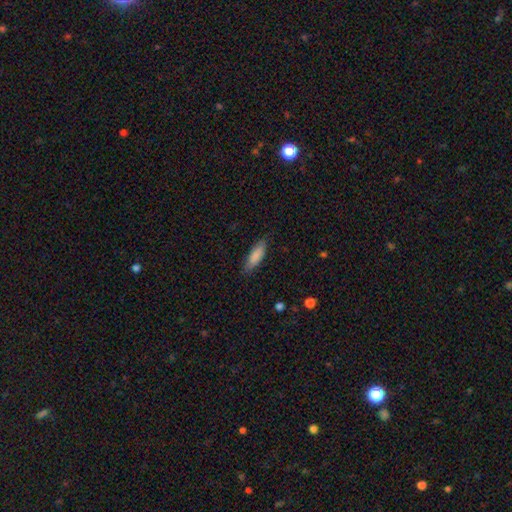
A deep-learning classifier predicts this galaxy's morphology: Q: Smooth or featured?
A: smooth (85%); runner-up: featured or disk (9%)
Q: How rounded?
A: in between (55%); runner-up: cigar-shaped (44%)
Q: Merging?
A: none (81%); runner-up: minor disturbance (15%)